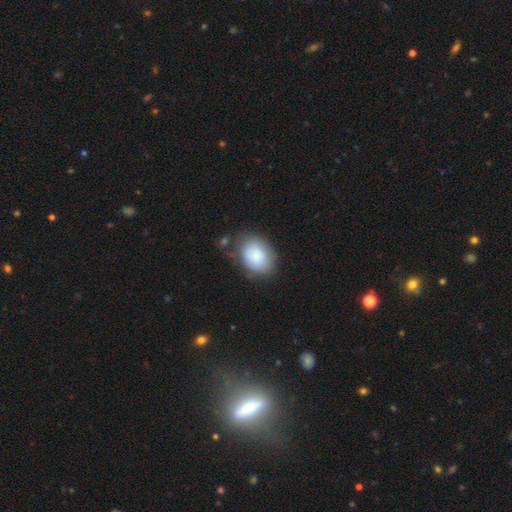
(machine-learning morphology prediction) Q: Smooth or featured?
A: smooth (81%); runner-up: featured or disk (12%)
Q: How rounded?
A: in between (67%); runner-up: round (32%)
Q: Merging?
A: none (68%); runner-up: minor disturbance (20%)